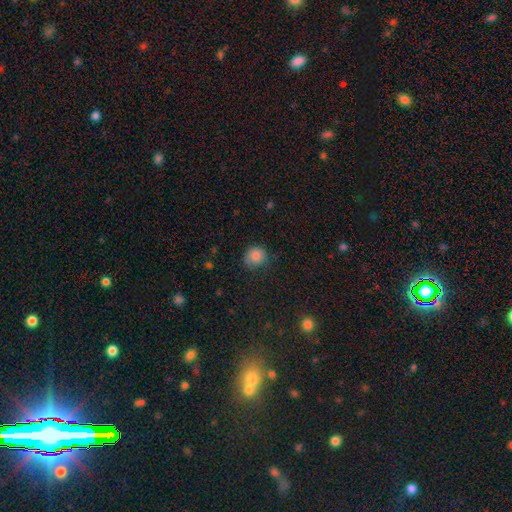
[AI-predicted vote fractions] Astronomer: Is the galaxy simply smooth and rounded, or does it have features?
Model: smooth — 83%.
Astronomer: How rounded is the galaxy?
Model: round — 81%.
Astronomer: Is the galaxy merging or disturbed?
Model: none — 73%.